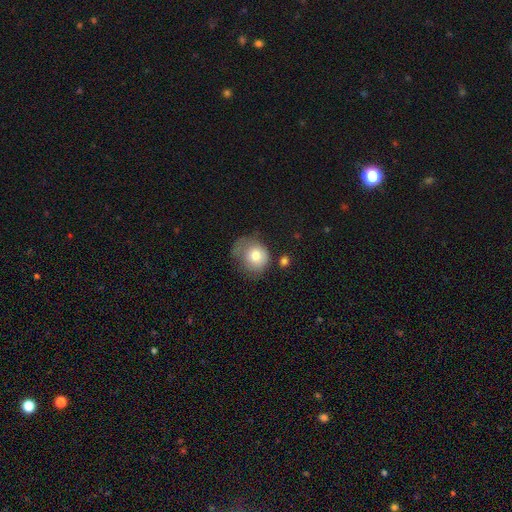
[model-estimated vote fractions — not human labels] Smooth or featured? Predicted: smooth (p=0.75). How rounded? Predicted: round (p=0.71). Merging? Predicted: none (p=0.32, tied with minor disturbance).